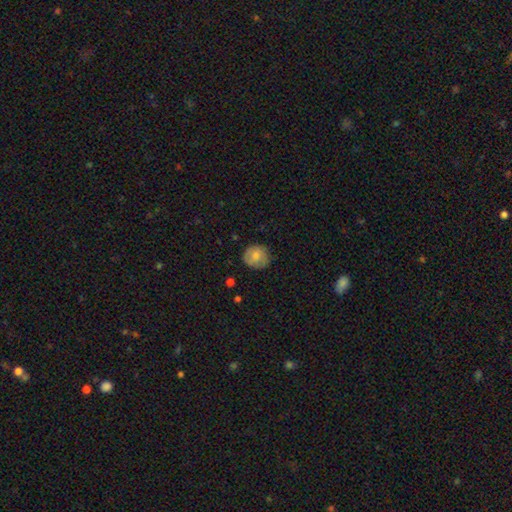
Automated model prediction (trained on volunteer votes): Smooth or featured? Predicted: smooth (p=0.70). How rounded? Predicted: round (p=0.82). Merging? Predicted: none (p=0.76).